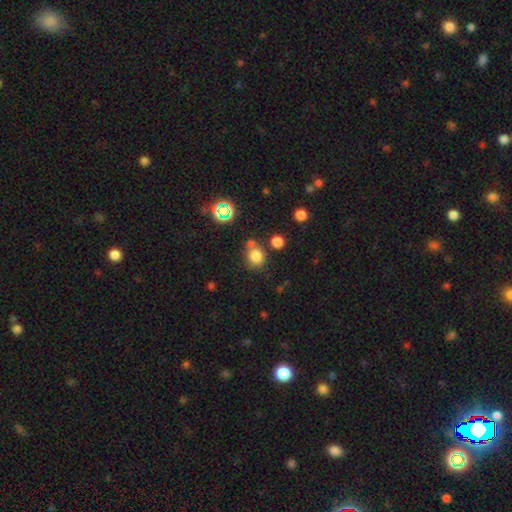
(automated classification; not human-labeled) Q: Smooth or featured?
A: smooth (76%); runner-up: star or artifact (17%)
Q: How rounded?
A: round (78%); runner-up: in between (21%)
Q: Merging?
A: none (63%); runner-up: merger (19%)